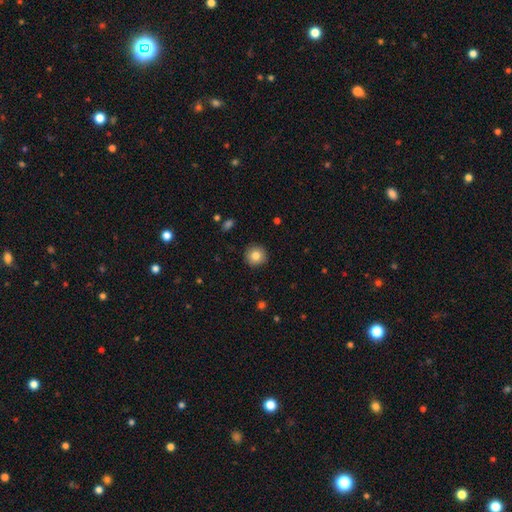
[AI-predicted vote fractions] Smooth or featured?
  - smooth: 82% *
  - star or artifact: 9%
  - featured or disk: 9%
How rounded?
  - round: 95% *
  - in between: 4%
  - cigar-shaped: 1%
Merging?
  - none: 91% *
  - minor disturbance: 6%
  - major disturbance: 2%
  - merger: 1%